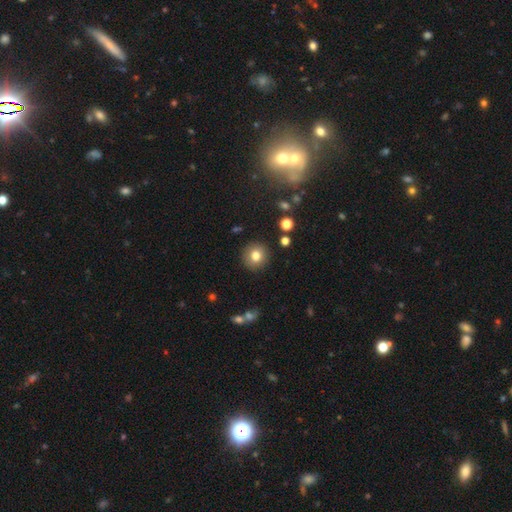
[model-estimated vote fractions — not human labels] Smooth or featured? Predicted: smooth (p=0.79). How rounded? Predicted: round (p=0.92). Merging? Predicted: none (p=0.90).